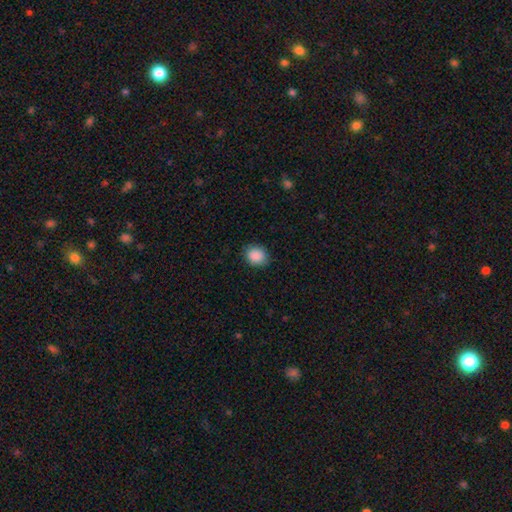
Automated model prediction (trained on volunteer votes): Overall: smooth (89%). How rounded: round (67%; in between 32%). Merging: none (86%).